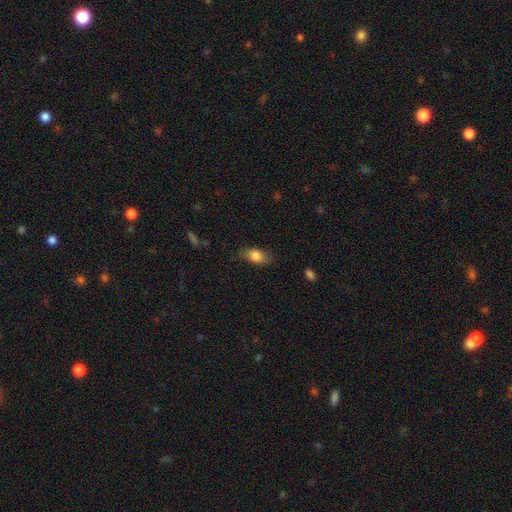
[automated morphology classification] Smooth or featured? Predicted: smooth (p=0.81). How rounded? Predicted: in between (p=0.85). Merging? Predicted: none (p=0.72).